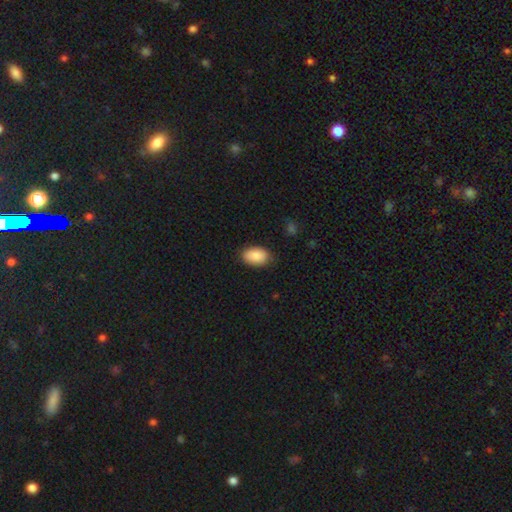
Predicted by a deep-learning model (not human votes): smooth-or-featured: smooth: 87% | star or artifact: 7% | featured or disk: 6%
  how-rounded: in between: 89% | round: 10% | cigar-shaped: 1%
  merging: none: 83% | minor disturbance: 14% | major disturbance: 3% | merger: 1%